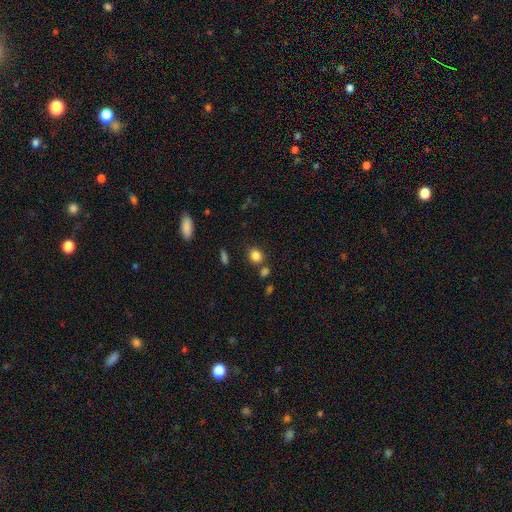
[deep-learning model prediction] A smooth galaxy with no disk features (84%) that is round (71%).

Vote fractions:
- Smooth or featured? smooth: 84% / star or artifact: 11% / featured or disk: 5%
- How rounded? round: 71% / in between: 28% / cigar-shaped: 1%
- Merging? none: 75% / merger: 11% / minor disturbance: 10% / major disturbance: 3%